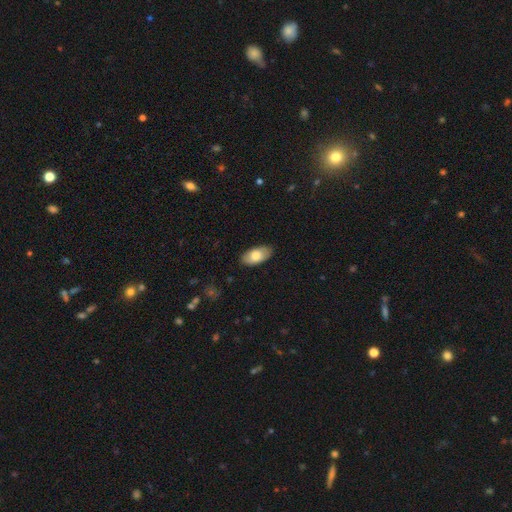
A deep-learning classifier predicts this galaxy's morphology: Overall: smooth (78%). How rounded: in between (94%). Merging: none (86%).